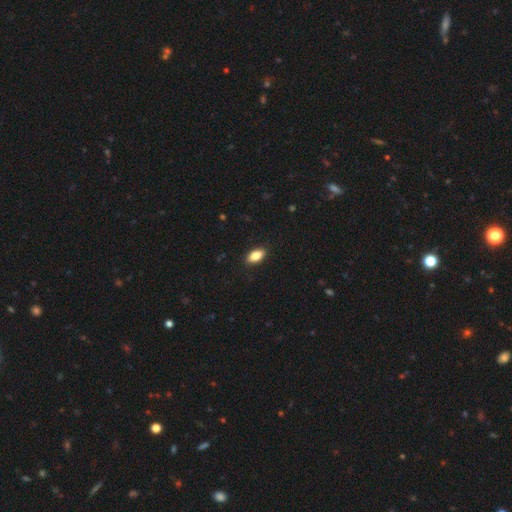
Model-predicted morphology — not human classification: A smooth galaxy with no disk features (83%) that is in between round and cigar-shaped (90%). Merging: none (89%).